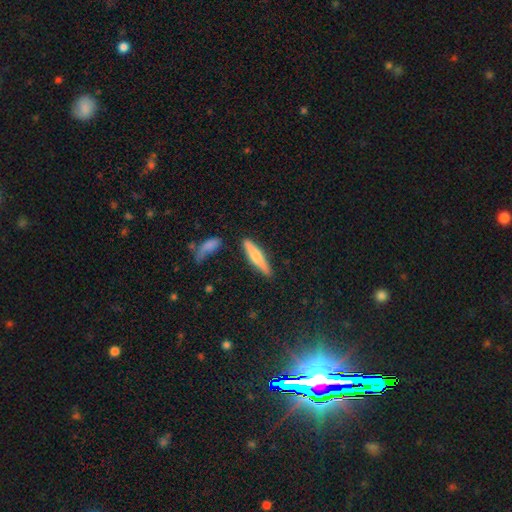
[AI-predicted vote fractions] Overall: smooth (54%; featured or disk 40%). How rounded: cigar-shaped (85%). Merging: none (82%).